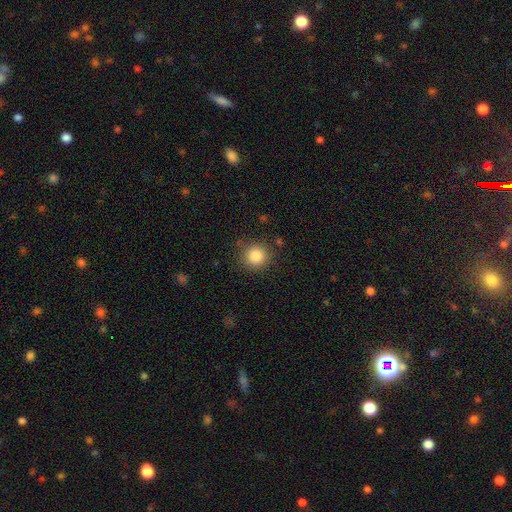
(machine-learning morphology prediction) A smooth galaxy with no disk features (85%) that is round (92%). Merging: none (85%).